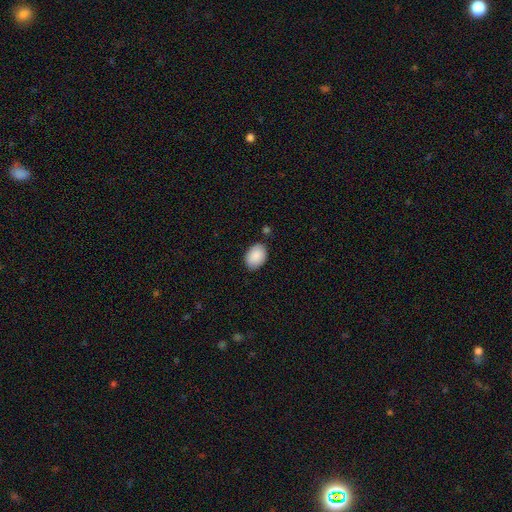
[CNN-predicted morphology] Smooth or featured? Predicted: smooth (p=0.90). How rounded? Predicted: in between (p=0.83). Merging? Predicted: none (p=0.81).